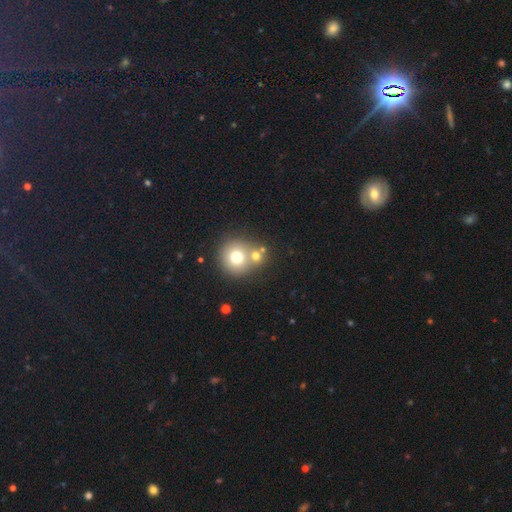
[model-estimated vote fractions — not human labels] This appears to be a smooth galaxy with no disk features (71%) that is round (89%). Merging: none (54%).